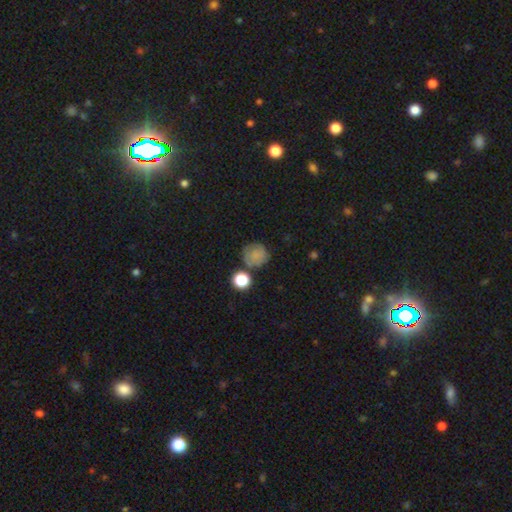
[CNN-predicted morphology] This is likely a smooth galaxy (71%). How rounded: clearly round (88%). Merging: likely none (65%).